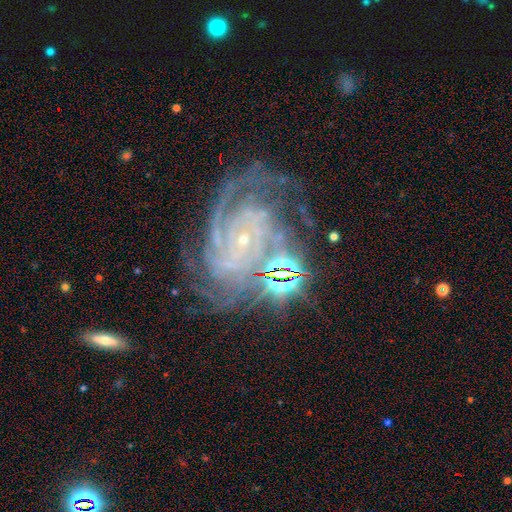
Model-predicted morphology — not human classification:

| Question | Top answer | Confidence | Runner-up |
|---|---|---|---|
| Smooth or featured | featured or disk | 88% | star or artifact (8%) |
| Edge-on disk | no | 97% | yes (3%) |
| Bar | no | 68% | weak (22%) |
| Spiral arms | yes | 98% | no (2%) |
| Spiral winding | tight | 71% | medium (25%) |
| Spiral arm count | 4 | 27% | 3 (19%) |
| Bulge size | small | 88% | moderate (7%) |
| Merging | none | 64% | minor disturbance (20%) |